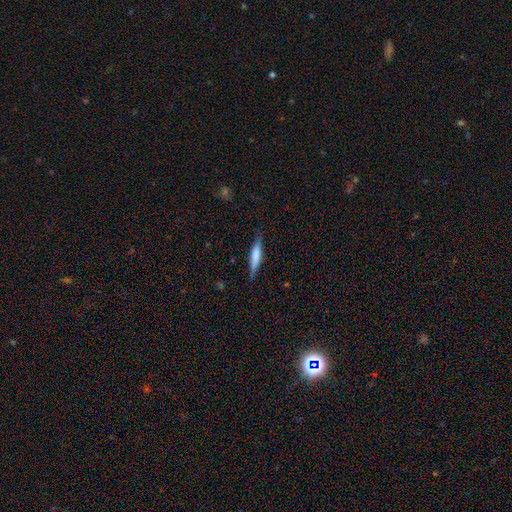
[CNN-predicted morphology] Overall: smooth (63%; featured or disk 31%). How rounded: cigar-shaped (84%). Merging: none (81%).